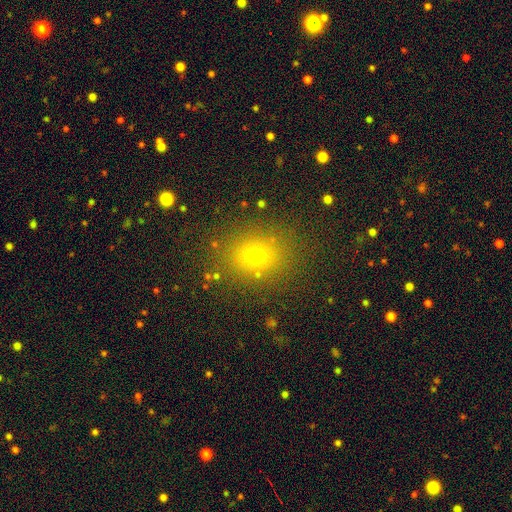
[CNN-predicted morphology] Q: Smooth or featured?
A: smooth (68%); runner-up: star or artifact (22%)
Q: How rounded?
A: round (64%); runner-up: in between (35%)
Q: Merging?
A: none (85%); runner-up: minor disturbance (9%)